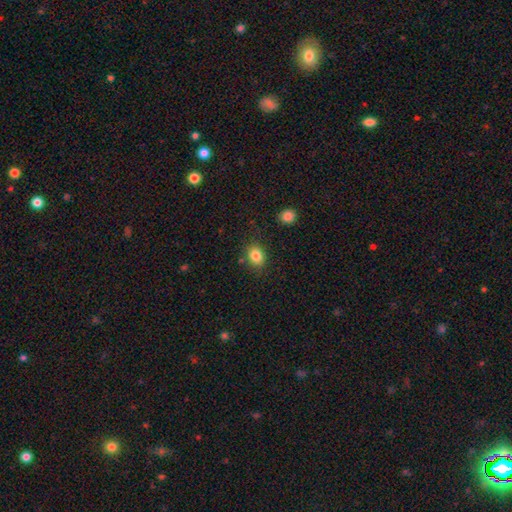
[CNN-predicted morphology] smooth_or_featured: smooth (p=0.84) [alt: star or artifact p=0.10]
how_rounded: in between (p=0.55) [alt: round p=0.44]
merging: none (p=0.82) [alt: minor disturbance p=0.11]